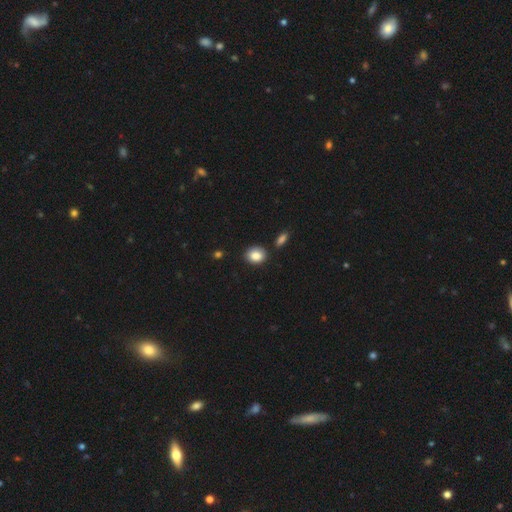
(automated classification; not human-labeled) smooth-or-featured: smooth: 86% | star or artifact: 8% | featured or disk: 6%
  how-rounded: in between: 52% | round: 46% | cigar-shaped: 1%
  merging: none: 80% | minor disturbance: 13% | merger: 5% | major disturbance: 3%